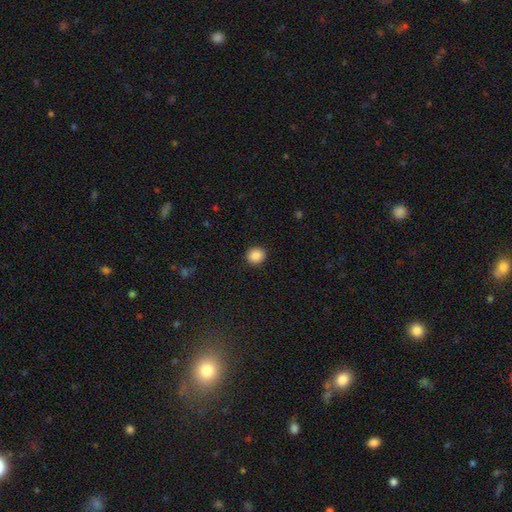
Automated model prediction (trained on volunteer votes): smooth_or_featured: smooth (p=0.88) [alt: star or artifact p=0.09]
how_rounded: round (p=0.83) [alt: in between p=0.16]
merging: none (p=0.91) [alt: minor disturbance p=0.06]